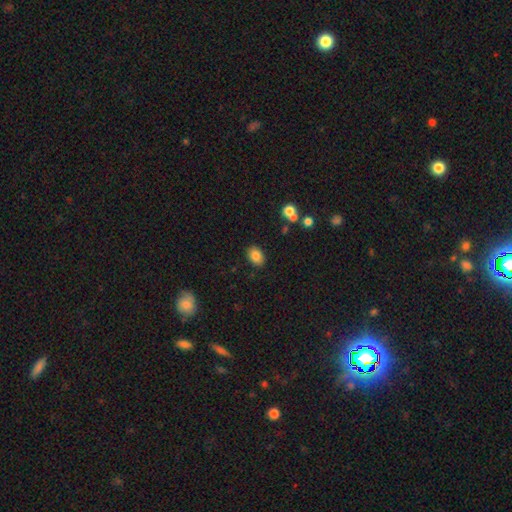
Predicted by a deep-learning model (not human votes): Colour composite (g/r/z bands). It shows a smooth galaxy with no disk features (84%) that is in between round and cigar-shaped (82%). Merging: none (87%).